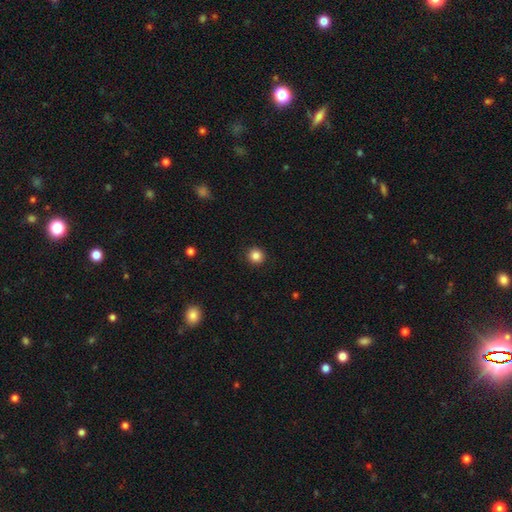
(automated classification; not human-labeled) A smooth galaxy with no disk features (85%) that is round (92%).

Vote fractions:
- Smooth or featured? smooth: 85% / star or artifact: 11% / featured or disk: 4%
- How rounded? round: 92% / in between: 7% / cigar-shaped: 1%
- Merging? none: 92% / minor disturbance: 5% / major disturbance: 2% / merger: 1%